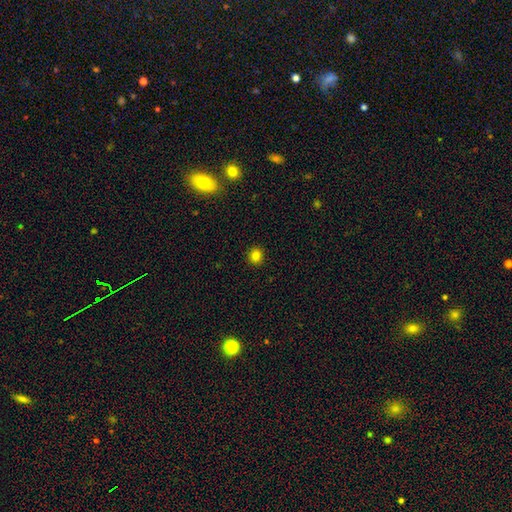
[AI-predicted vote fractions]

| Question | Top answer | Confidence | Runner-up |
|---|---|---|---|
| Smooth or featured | smooth | 83% | star or artifact (13%) |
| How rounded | round | 82% | in between (17%) |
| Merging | none | 92% | minor disturbance (5%) |